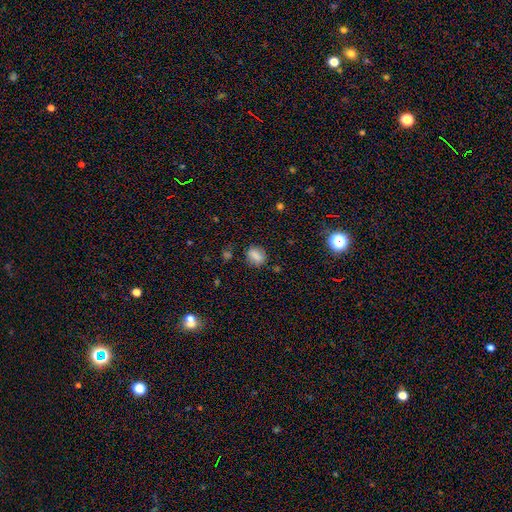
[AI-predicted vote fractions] A smooth galaxy with no disk features (80%) that is in between round and cigar-shaped (56%).

Vote fractions:
- Smooth or featured? smooth: 80% / star or artifact: 11% / featured or disk: 9%
- How rounded? in between: 56% / round: 40% / cigar-shaped: 3%
- Merging? none: 77% / minor disturbance: 16% / major disturbance: 5% / merger: 3%